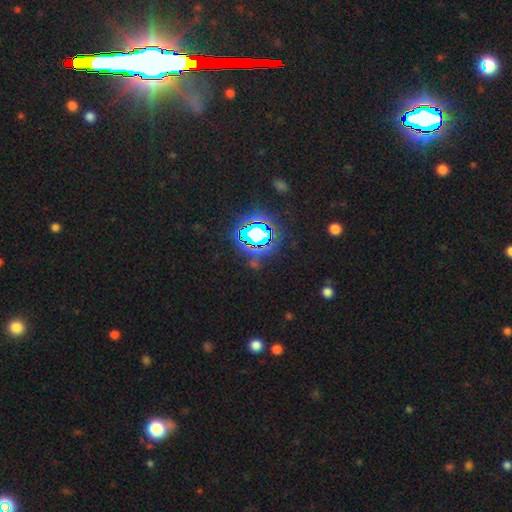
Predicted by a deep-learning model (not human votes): Smooth or featured? Predicted: star or artifact (p=0.81).